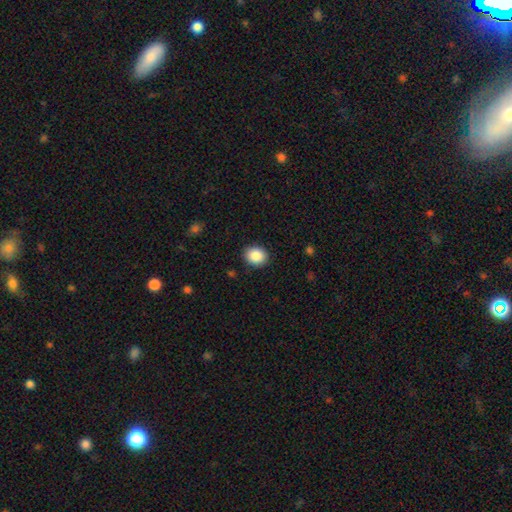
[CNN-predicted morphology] This appears to be a smooth galaxy with no disk features (87%) that is round (66%). Merging: none (90%).